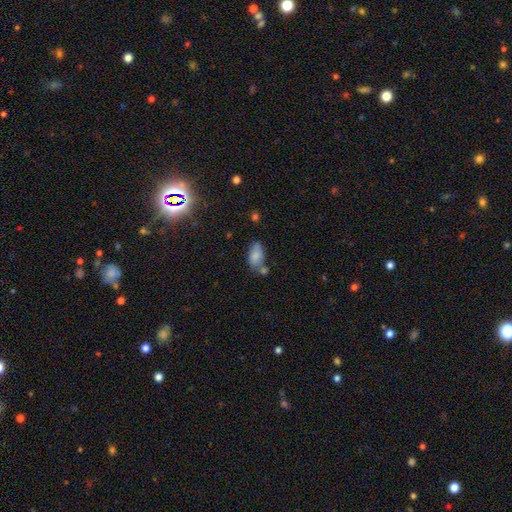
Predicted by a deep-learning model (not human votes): This appears to be a smooth galaxy with no disk features (79%) that is in between round and cigar-shaped (91%). Merging: none (47%).